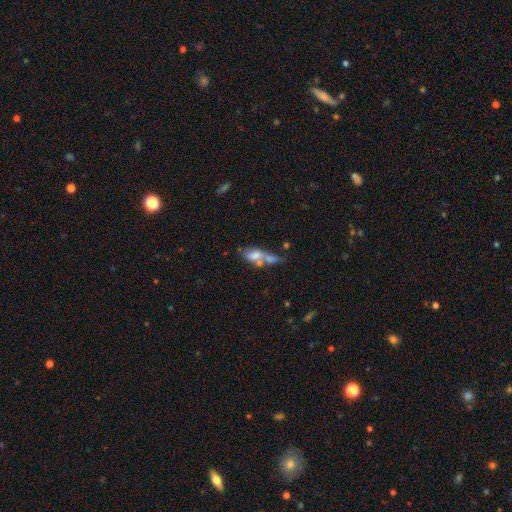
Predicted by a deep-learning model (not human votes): Smooth or featured?
  - smooth: 57% *
  - featured or disk: 33%
  - star or artifact: 10%
How rounded?
  - in between: 72% *
  - cigar-shaped: 21%
  - round: 7%
Merging?
  - merger: 50% *
  - none: 24%
  - minor disturbance: 14%
  - major disturbance: 12%